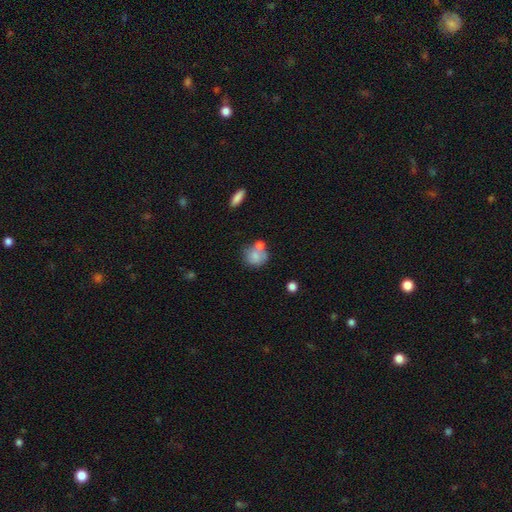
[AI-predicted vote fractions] Smooth or featured? Predicted: smooth (p=0.72). How rounded? Predicted: round (p=0.73). Merging? Predicted: none (p=0.40).